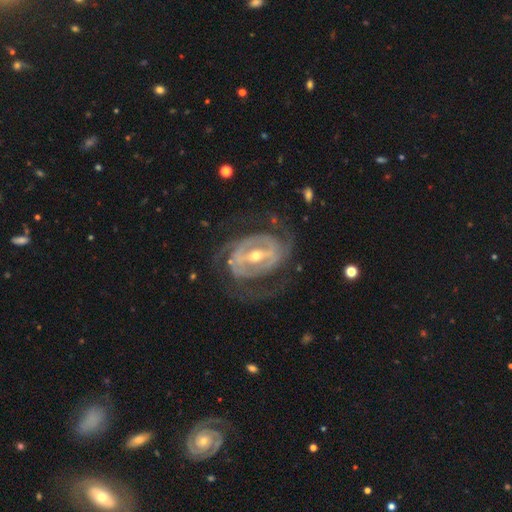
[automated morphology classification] smooth-or-featured: featured or disk: 88% | smooth: 7% | star or artifact: 5%
  disk-edge-on: no: 95% | yes: 5%
    bar: strong: 62% | weak: 28% | no: 10%
    has-spiral-arms: yes: 86% | no: 14%
      spiral-winding: tight: 48% | medium: 36% | loose: 16%
      spiral-arm-count: 2: 51% | can't tell: 23% | 3: 13% | 1: 5% | 4: 5% | more than 4: 3%
    bulge-size: moderate: 56% | small: 39% | large: 3% | none: 1% | dominant: 1%
  merging: none: 64% | major disturbance: 19% | minor disturbance: 16% | merger: 2%